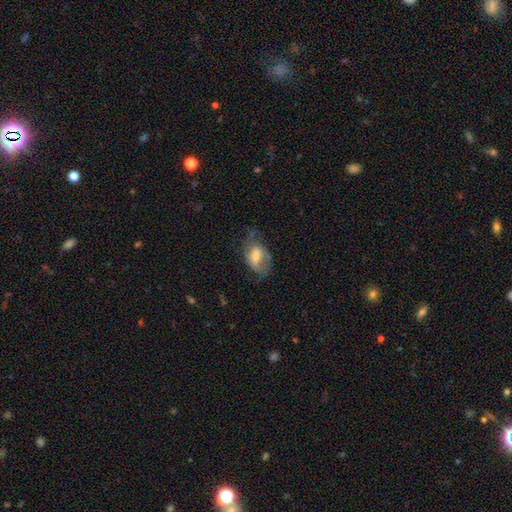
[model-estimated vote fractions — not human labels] featured or disk 52%, smooth 40%, star or artifact 8%. Down the decision tree: edge-on disk — no (94%); merging — none (48%).